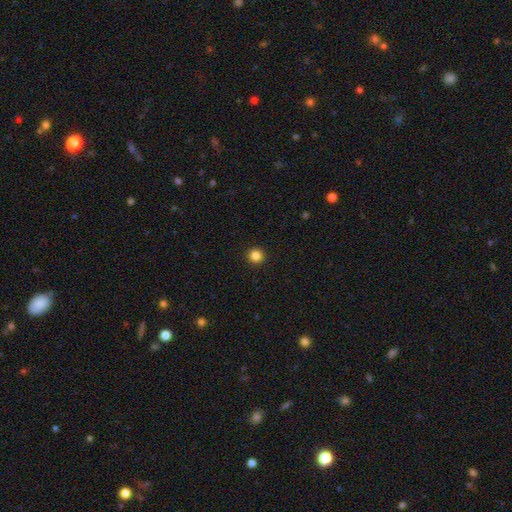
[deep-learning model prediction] Smooth or featured? smooth (85%)
How rounded? round (96%)
Merging? none (94%)